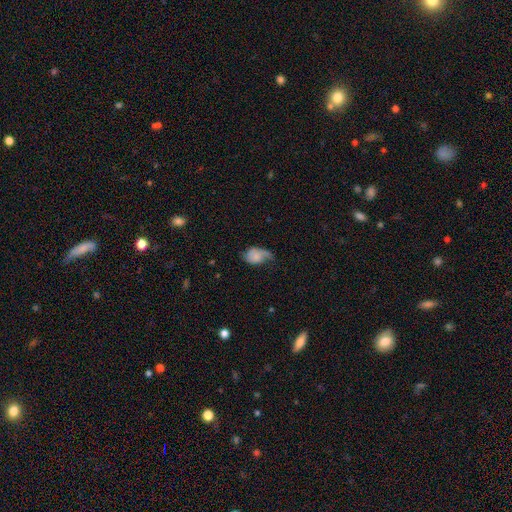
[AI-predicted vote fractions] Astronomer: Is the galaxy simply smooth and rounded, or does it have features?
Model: smooth — 55% (runner-up: featured or disk, 36%).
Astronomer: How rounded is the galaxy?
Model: in between — 80%.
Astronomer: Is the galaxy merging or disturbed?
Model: minor disturbance — 38% (runner-up: major disturbance, 30%).